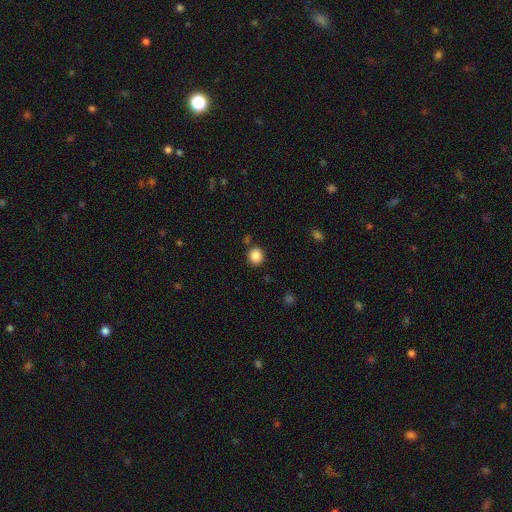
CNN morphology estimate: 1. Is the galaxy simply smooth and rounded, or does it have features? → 87% smooth, 10% star or artifact, 4% featured or disk.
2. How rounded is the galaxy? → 82% round, 17% in between, 1% cigar-shaped.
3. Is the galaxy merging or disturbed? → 85% none, 8% minor disturbance, 4% merger, 2% major disturbance.